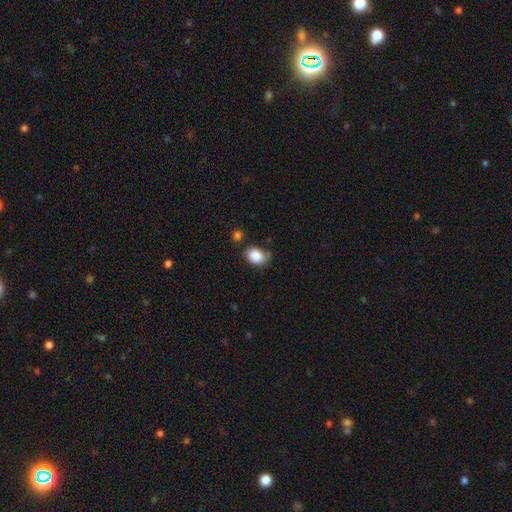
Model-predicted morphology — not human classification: This appears to be a smooth galaxy with no disk features (86%) that is in between round and cigar-shaped (62%). Merging: none (62%).